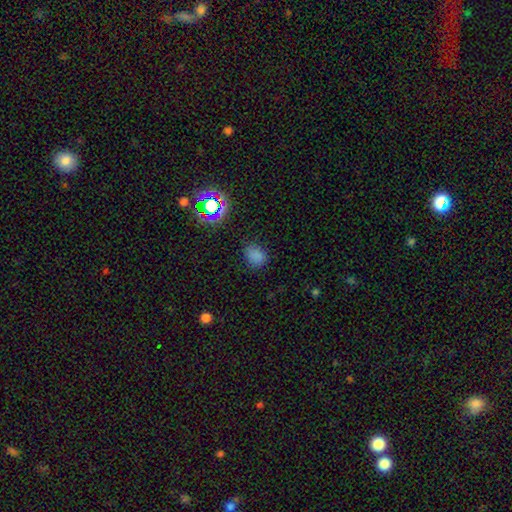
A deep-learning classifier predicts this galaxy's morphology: smooth_or_featured: smooth (p=0.72) [alt: star or artifact p=0.23]
how_rounded: in between (p=0.55) [alt: round p=0.44]
merging: none (p=0.77) [alt: minor disturbance p=0.16]